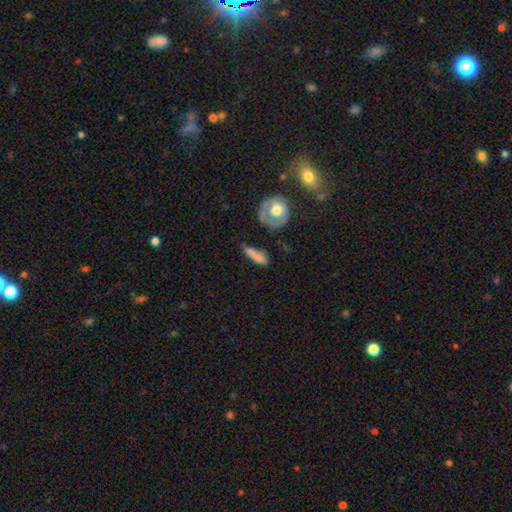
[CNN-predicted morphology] smooth-or-featured: smooth: 76% | featured or disk: 18% | star or artifact: 7%
  how-rounded: cigar-shaped: 65% | in between: 29% | round: 6%
  merging: none: 61% | minor disturbance: 23% | major disturbance: 10% | merger: 6%